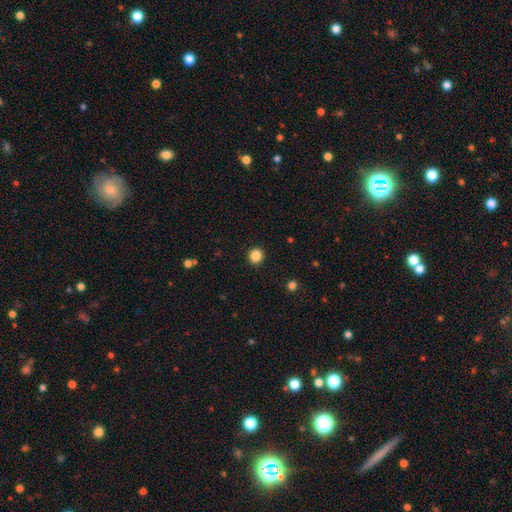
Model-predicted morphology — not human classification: A smooth galaxy with no disk features (86%) that is round (92%).

Vote fractions:
- Smooth or featured? smooth: 86% / star or artifact: 11% / featured or disk: 4%
- How rounded? round: 92% / in between: 7% / cigar-shaped: 1%
- Merging? none: 93% / minor disturbance: 5% / major disturbance: 2% / merger: 1%